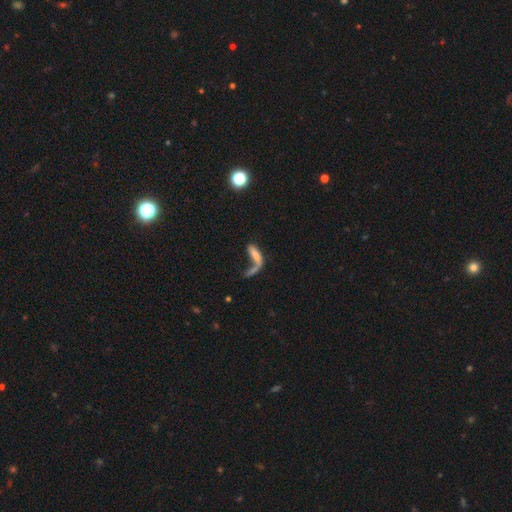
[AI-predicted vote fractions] Overall: smooth (56%; featured or disk 33%). How rounded: cigar-shaped (53%; in between 42%). Merging: major disturbance (33%; merger 30%).